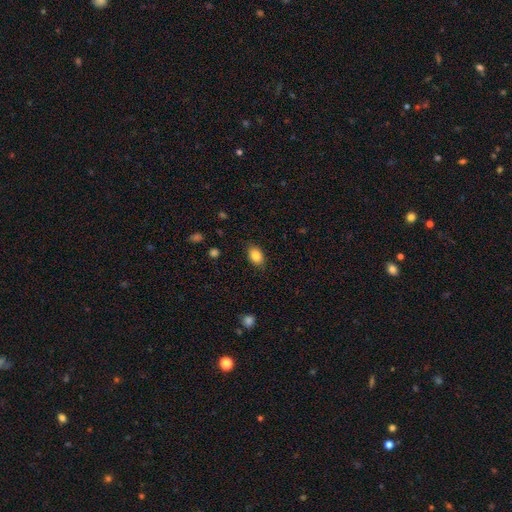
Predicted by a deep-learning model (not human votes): Smooth or featured? Predicted: smooth (p=0.87). How rounded? Predicted: in between (p=0.83). Merging? Predicted: none (p=0.85).